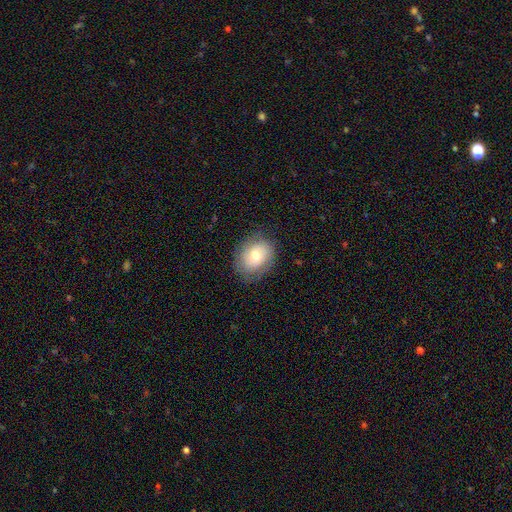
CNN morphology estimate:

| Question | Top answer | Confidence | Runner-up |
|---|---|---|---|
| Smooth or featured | smooth | 63% | featured or disk (29%) |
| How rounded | in between | 57% | round (42%) |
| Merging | none | 78% | minor disturbance (16%) |